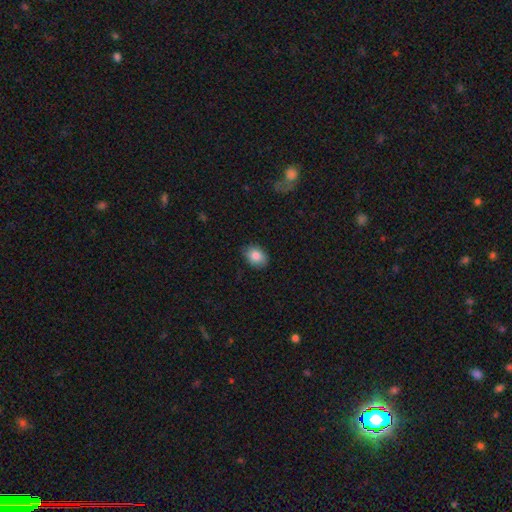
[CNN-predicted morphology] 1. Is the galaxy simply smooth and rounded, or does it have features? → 85% smooth, 8% star or artifact, 7% featured or disk.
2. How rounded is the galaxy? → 73% in between, 26% round, 1% cigar-shaped.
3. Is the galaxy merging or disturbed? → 84% none, 13% minor disturbance, 2% major disturbance, 1% merger.